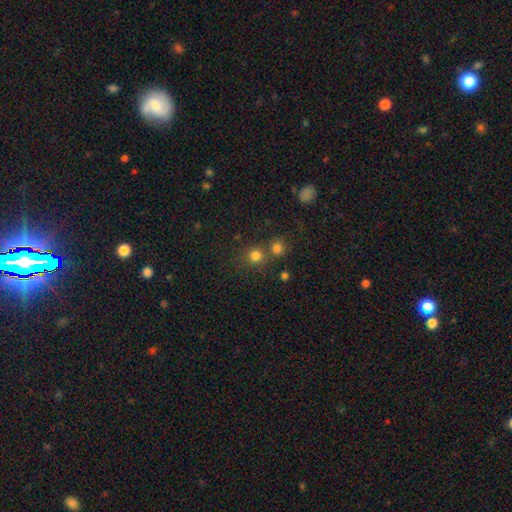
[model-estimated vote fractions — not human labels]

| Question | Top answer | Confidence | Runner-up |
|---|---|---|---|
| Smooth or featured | smooth | 78% | star or artifact (16%) |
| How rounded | round | 91% | in between (8%) |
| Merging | none | 66% | merger (24%) |